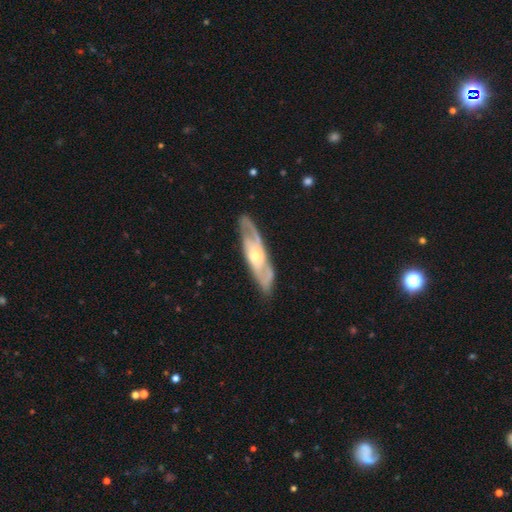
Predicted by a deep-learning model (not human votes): Morphology: type=featured or disk (77%); edge-on=no (69%); bar=no (64%); spiral arms=yes (83%); bulge=moderate (56%); merging=none (82%).